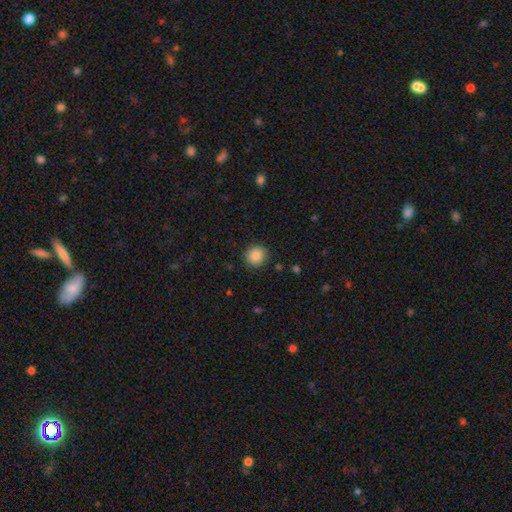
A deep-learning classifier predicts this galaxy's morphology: A smooth galaxy with no disk features (87%) that is round (92%).

Vote fractions:
- Smooth or featured? smooth: 87% / star or artifact: 9% / featured or disk: 4%
- How rounded? round: 92% / in between: 7% / cigar-shaped: 1%
- Merging? none: 89% / minor disturbance: 7% / major disturbance: 2% / merger: 1%